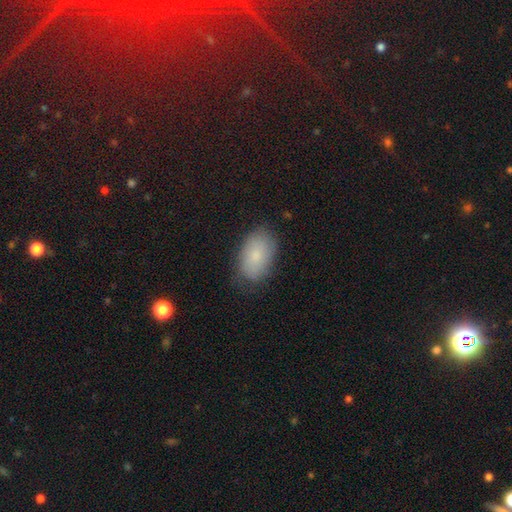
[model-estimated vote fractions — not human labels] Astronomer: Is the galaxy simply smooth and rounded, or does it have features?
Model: smooth — 80%.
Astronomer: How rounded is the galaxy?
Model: in between — 92%.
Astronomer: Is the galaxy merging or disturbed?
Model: none — 77%.